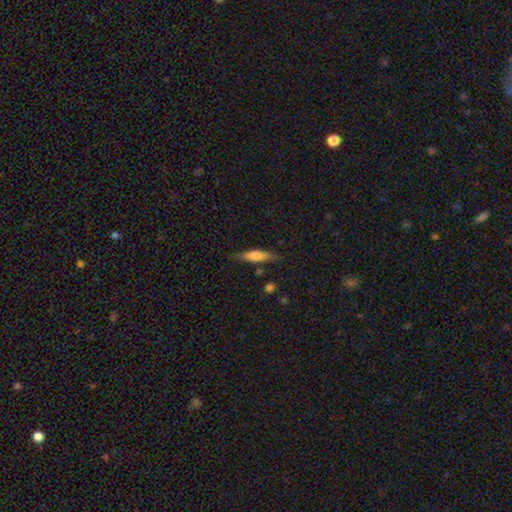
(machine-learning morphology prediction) The model was most divided on "smooth or featured": smooth: 64%, featured or disk: 29%, star or artifact: 6%. More confident: merging — none (80%); how rounded — cigar-shaped (68%).